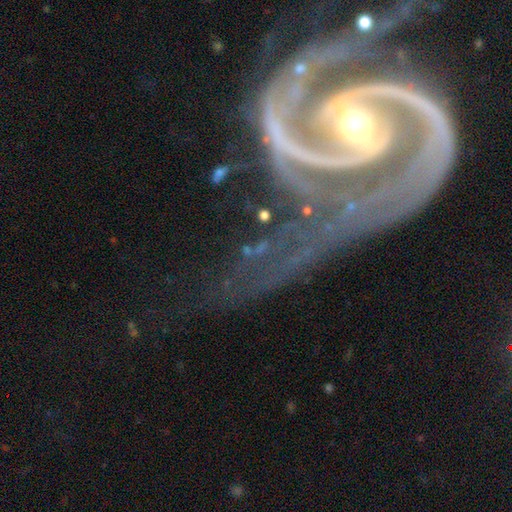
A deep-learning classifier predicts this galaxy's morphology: smooth-or-featured: featured or disk: 86% | star or artifact: 8% | smooth: 7%
  disk-edge-on: no: 94% | yes: 6%
    bar: strong: 48% | weak: 27% | no: 25%
    has-spiral-arms: yes: 89% | no: 11%
      spiral-winding: medium: 41% | tight: 40% | loose: 20%
      spiral-arm-count: 2: 67% | can't tell: 10% | 3: 7% | 1: 6% | 4: 5% | more than 4: 5%
    bulge-size: moderate: 50% | small: 39% | large: 5% | none: 3% | dominant: 2%
  merging: none: 50% | major disturbance: 25% | minor disturbance: 17% | merger: 8%